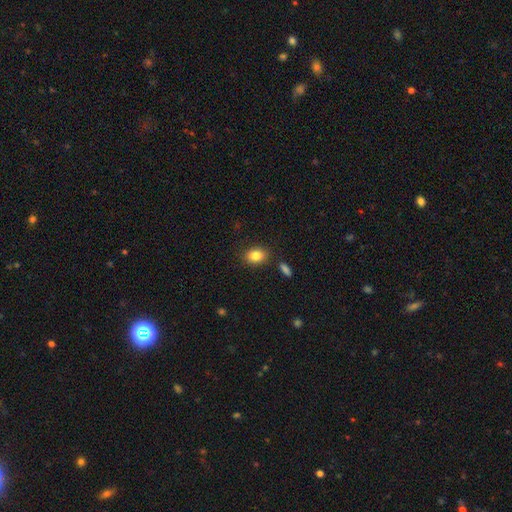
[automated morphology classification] type=smooth (84%); roundness=in between (67%); merging=none (83%).